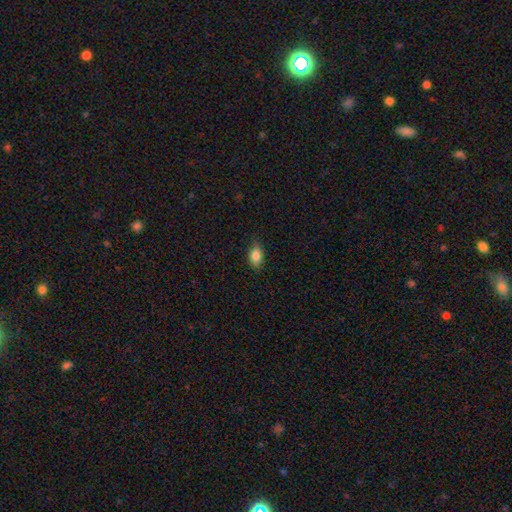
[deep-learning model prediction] Smooth or featured? Predicted: smooth (p=0.83). How rounded? Predicted: in between (p=0.85). Merging? Predicted: none (p=0.77).